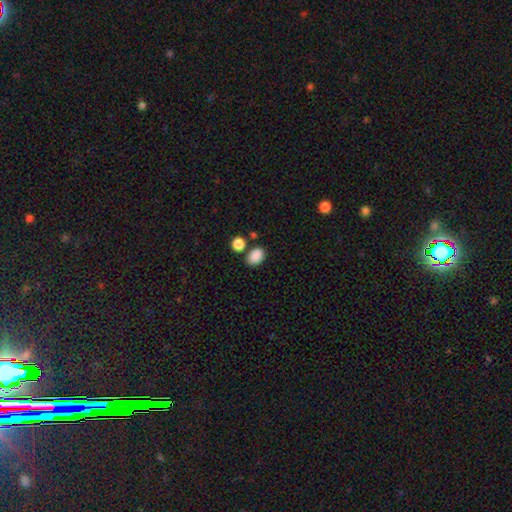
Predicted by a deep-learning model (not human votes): This is clearly a smooth galaxy (87%). How rounded: likely in between (76%). Merging: likely none (74%).